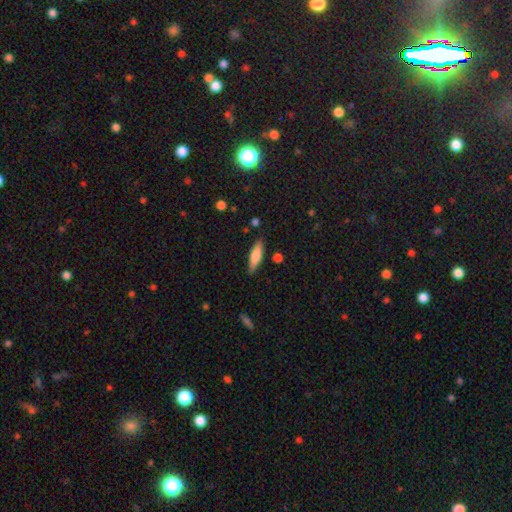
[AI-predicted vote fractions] Smooth or featured: smooth — 73% (featured or disk — 21%)
How rounded: cigar-shaped — 59% (in between — 39%)
Merging: none — 85% (minor disturbance — 11%)